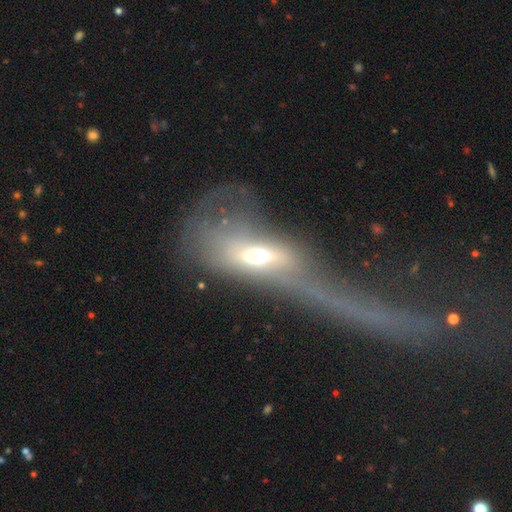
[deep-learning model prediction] Smooth or featured? Predicted: featured or disk (p=0.51). Edge-on disk? Predicted: no (p=0.78). Merging? Predicted: major disturbance (p=0.68).